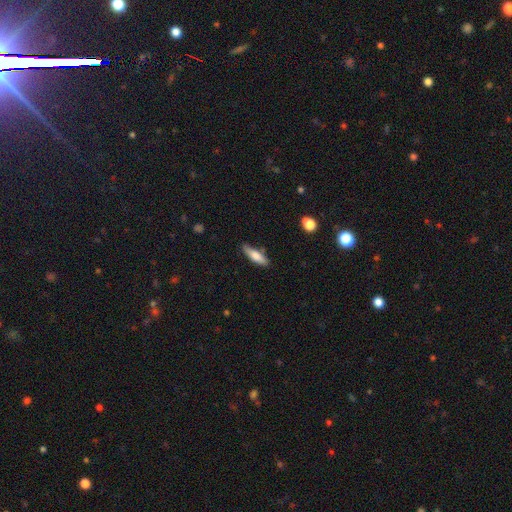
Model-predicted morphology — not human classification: Smooth or featured? smooth (69%)
How rounded? cigar-shaped (62%)
Merging? none (78%)